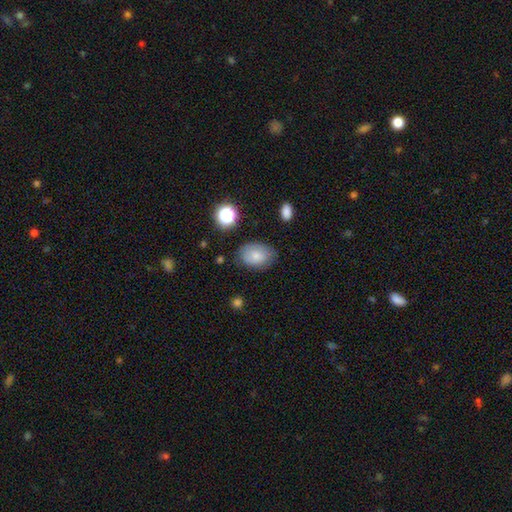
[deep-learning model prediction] Morphology: type=smooth (75%); roundness=in between (78%); merging=none (74%).